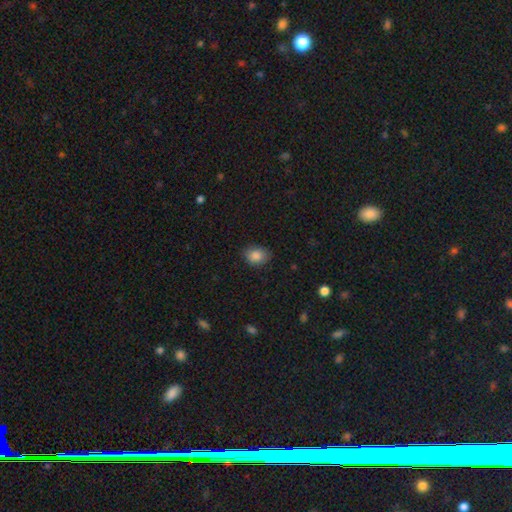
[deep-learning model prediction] A smooth galaxy with no disk features (86%) that is in between round and cigar-shaped (63%).

Vote fractions:
- Smooth or featured? smooth: 86% / star or artifact: 9% / featured or disk: 5%
- How rounded? in between: 63% / round: 35% / cigar-shaped: 1%
- Merging? none: 81% / minor disturbance: 15% / major disturbance: 3% / merger: 1%